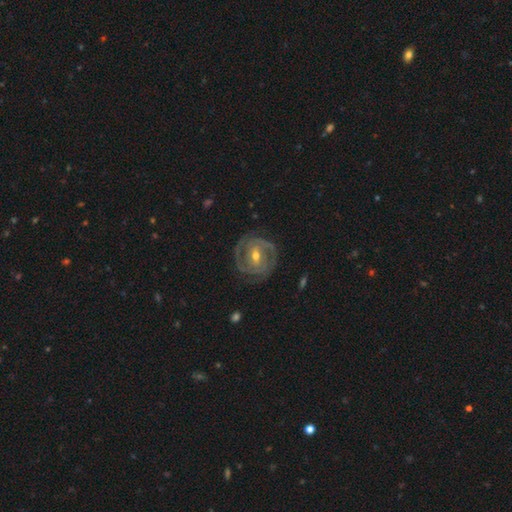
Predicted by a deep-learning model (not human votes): featured or disk 89%, smooth 7%, star or artifact 5%. Down the decision tree: edge-on disk — no (97%); bar — weak (45%); spiral arms — yes (95%); spiral arm count — 2 (55%); spiral winding — tight (67%); bulge size — moderate (60%); merging — none (81%).